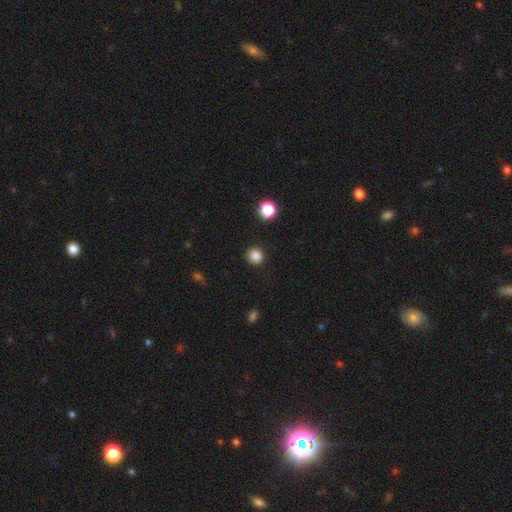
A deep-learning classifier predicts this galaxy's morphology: Smooth or featured?
  - smooth: 85% *
  - star or artifact: 12%
  - featured or disk: 3%
How rounded?
  - round: 94% *
  - in between: 5%
  - cigar-shaped: 1%
Merging?
  - none: 91% *
  - minor disturbance: 6%
  - major disturbance: 2%
  - merger: 1%